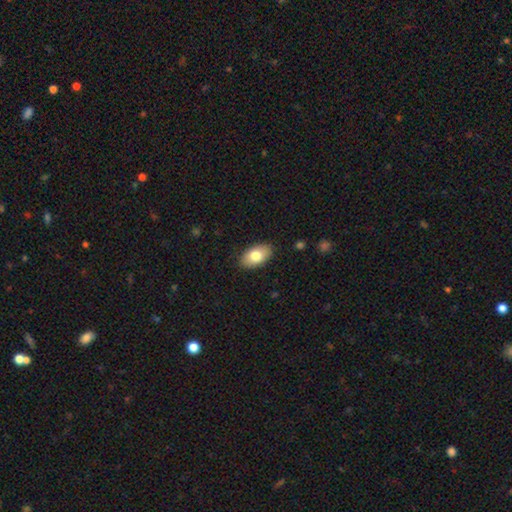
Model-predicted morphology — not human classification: Q: Smooth or featured?
A: smooth (77%); runner-up: featured or disk (16%)
Q: How rounded?
A: in between (93%); runner-up: round (5%)
Q: Merging?
A: none (87%); runner-up: minor disturbance (10%)